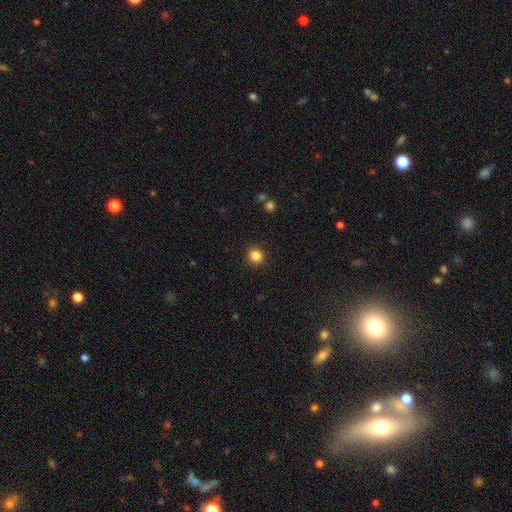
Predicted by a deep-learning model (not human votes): smooth_or_featured: smooth (p=0.85) [alt: star or artifact p=0.11]
how_rounded: round (p=0.91) [alt: in between p=0.08]
merging: none (p=0.92) [alt: minor disturbance p=0.05]